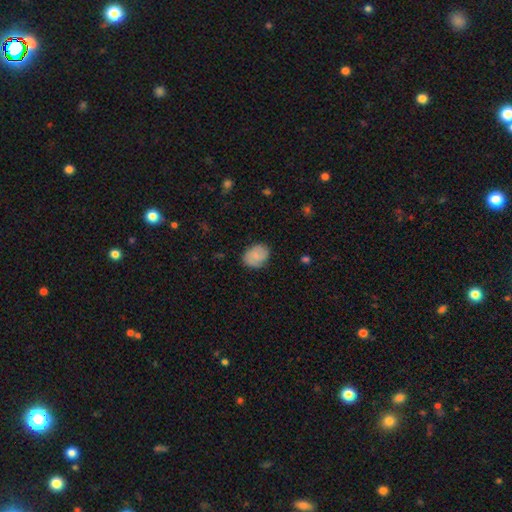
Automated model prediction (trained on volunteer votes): Smooth or featured? smooth (68%)
How rounded? in between (58%)
Merging? none (78%)